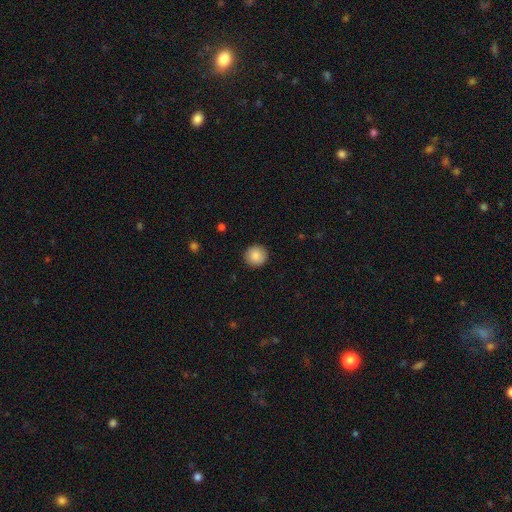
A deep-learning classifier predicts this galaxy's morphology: type=smooth (87%); roundness=round (94%); merging=none (92%).